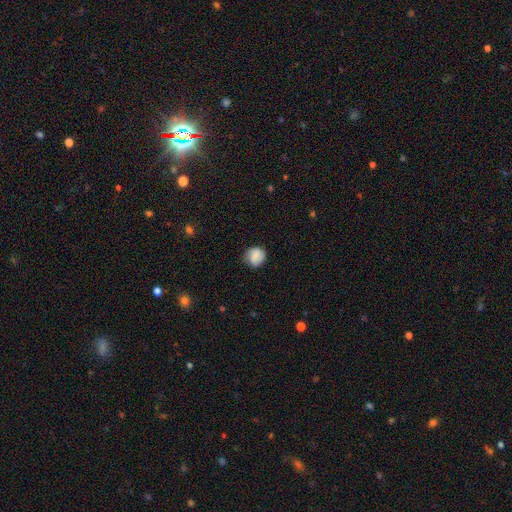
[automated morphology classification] Overall: smooth (77%). How rounded: round (77%). Merging: none (67%).